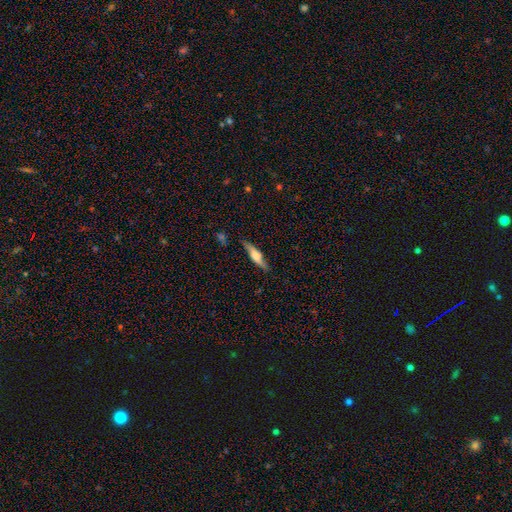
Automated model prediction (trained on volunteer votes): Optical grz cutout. It shows a featured or disk galaxy (47%, tied with smooth). Merging: none (79%).